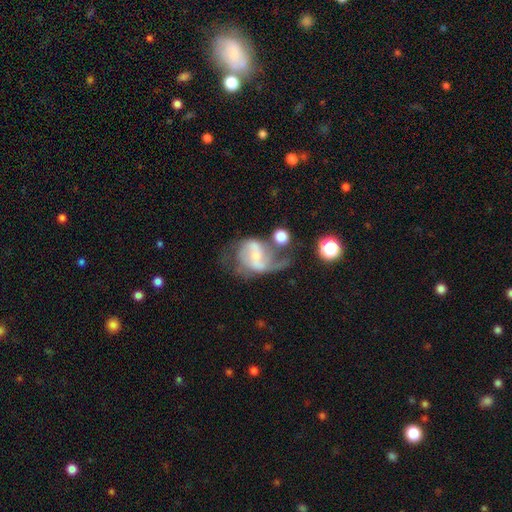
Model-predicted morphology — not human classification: type=featured or disk (71%); edge-on=no (97%); bar=weak (43%); spiral arms=yes (85%); winding=loose (52%); arm count=2 (67%); bulge=small (52%); merging=major disturbance (37%).